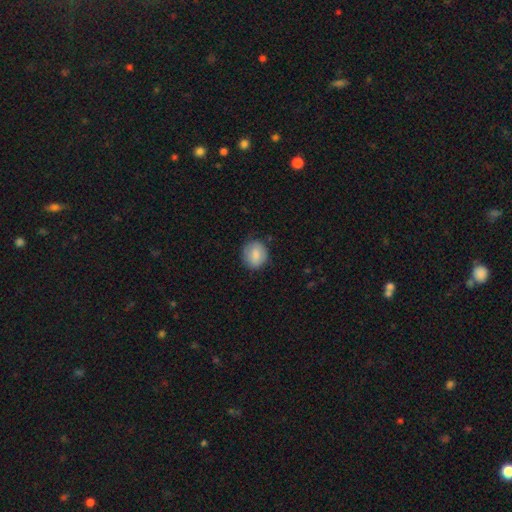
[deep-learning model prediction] Q: Smooth or featured?
A: smooth (82%); runner-up: featured or disk (11%)
Q: How rounded?
A: round (71%); runner-up: in between (28%)
Q: Merging?
A: none (79%); runner-up: minor disturbance (16%)